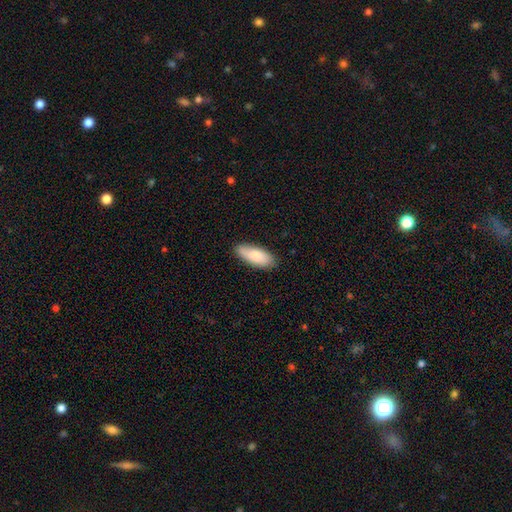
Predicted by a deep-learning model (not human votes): Morphology: type=smooth (82%); roundness=in between (79%); merging=none (84%).